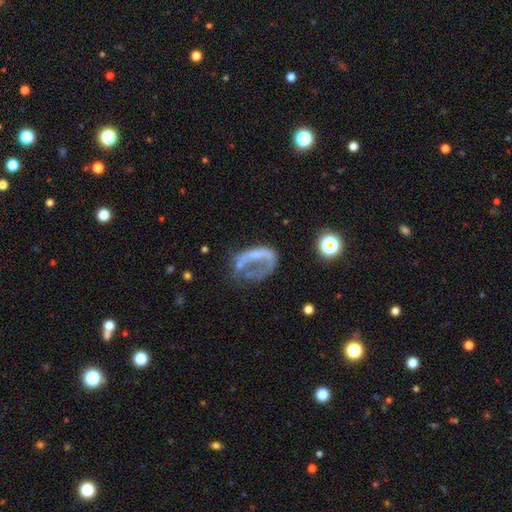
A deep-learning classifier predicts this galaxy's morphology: Smooth or featured?
  - featured or disk: 57% *
  - smooth: 26%
  - star or artifact: 17%
Edge-on disk?
  - no: 96% *
  - yes: 4%
Bar?
  - no: 81% *
  - weak: 12%
  - strong: 7%
Spiral arms?
  - no: 79% *
  - yes: 21%
Bulge size?
  - none: 72% *
  - small: 17%
  - moderate: 7%
  - large: 2%
  - dominant: 1%
Merging?
  - major disturbance: 47% *
  - none: 29%
  - minor disturbance: 16%
  - merger: 8%